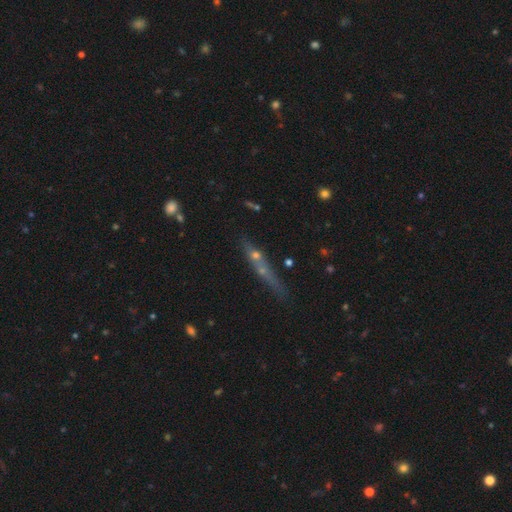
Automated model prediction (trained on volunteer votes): smooth_or_featured: featured or disk (p=0.41) [alt: smooth p=0.36]
merging: none (p=0.63) [alt: minor disturbance p=0.17]